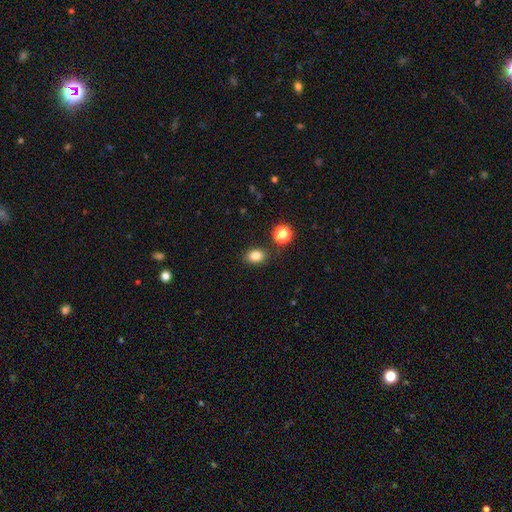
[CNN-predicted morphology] smooth-or-featured: smooth: 82% | star or artifact: 12% | featured or disk: 6%
  how-rounded: in between: 63% | round: 36% | cigar-shaped: 1%
  merging: none: 83% | minor disturbance: 10% | merger: 4% | major disturbance: 3%